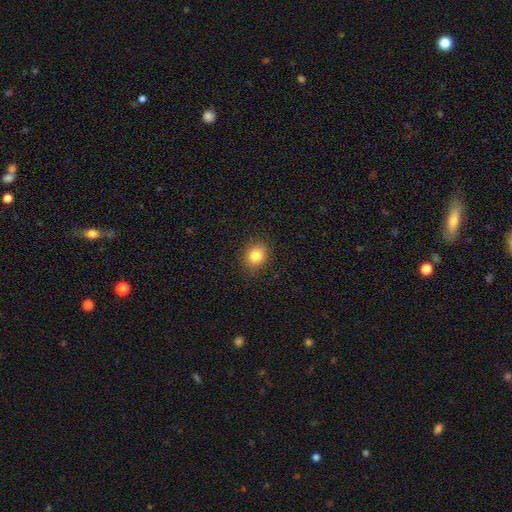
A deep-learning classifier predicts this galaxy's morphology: The model was most divided on "how rounded": round: 69%, in between: 30%, cigar-shaped: 1%. More confident: merging — none (88%); smooth or featured — smooth (82%).